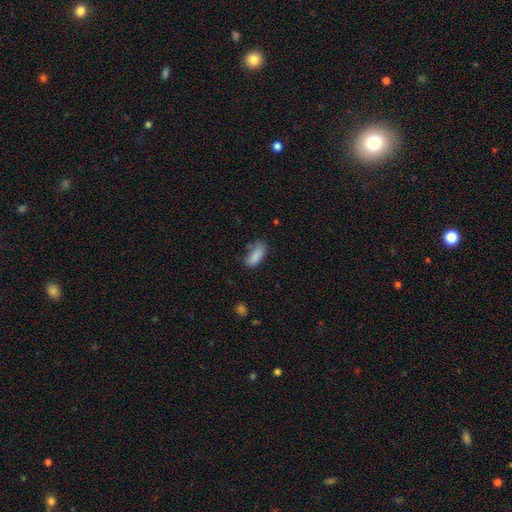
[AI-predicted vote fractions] This appears to be a smooth galaxy with no disk features (85%) that is in between round and cigar-shaped (85%). Merging: none (52%).